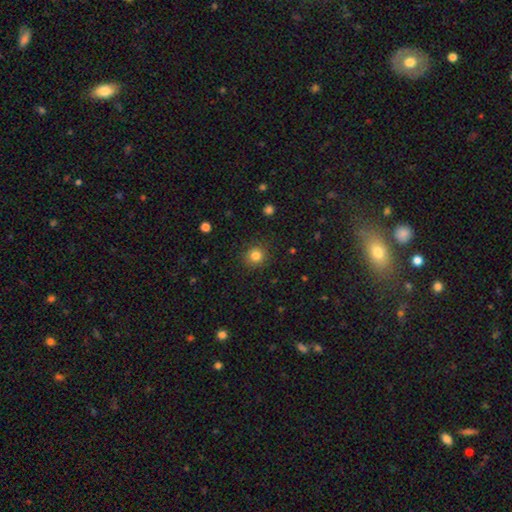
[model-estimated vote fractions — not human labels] Smooth or featured?
  - smooth: 83% *
  - star or artifact: 12%
  - featured or disk: 5%
How rounded?
  - round: 91% *
  - in between: 8%
  - cigar-shaped: 1%
Merging?
  - none: 89% *
  - minor disturbance: 7%
  - major disturbance: 3%
  - merger: 1%